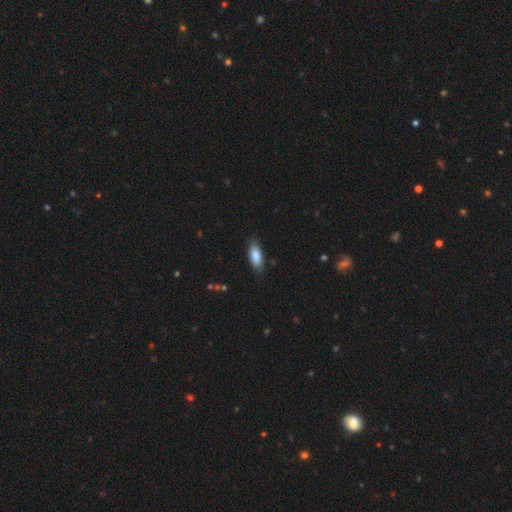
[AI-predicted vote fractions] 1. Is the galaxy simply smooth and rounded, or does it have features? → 86% smooth, 8% featured or disk, 6% star or artifact.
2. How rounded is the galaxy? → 77% in between, 21% cigar-shaped, 2% round.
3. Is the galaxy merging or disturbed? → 81% none, 15% minor disturbance, 3% major disturbance, 1% merger.